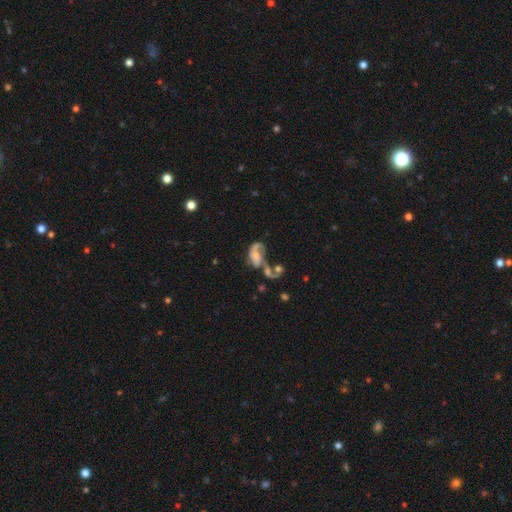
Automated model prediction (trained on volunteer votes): Smooth or featured? featured or disk (59%)
Edge-on disk? no (97%)
Bar? no (71%)
Spiral arms? yes (61%)
Bulge size? none (36%)
Merging? merger (50%)